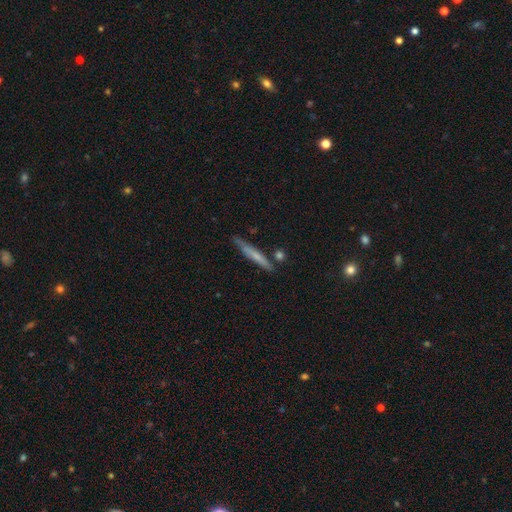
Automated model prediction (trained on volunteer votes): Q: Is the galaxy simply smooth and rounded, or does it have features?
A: smooth — 55%.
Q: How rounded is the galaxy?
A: cigar-shaped — 94%.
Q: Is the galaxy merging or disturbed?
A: none — 77%.